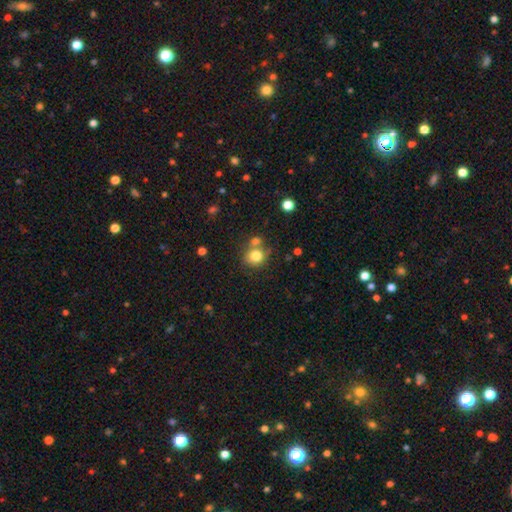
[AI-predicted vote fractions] Q: Smooth or featured?
A: smooth (79%); runner-up: star or artifact (11%)
Q: How rounded?
A: round (81%); runner-up: in between (18%)
Q: Merging?
A: none (58%); runner-up: merger (25%)